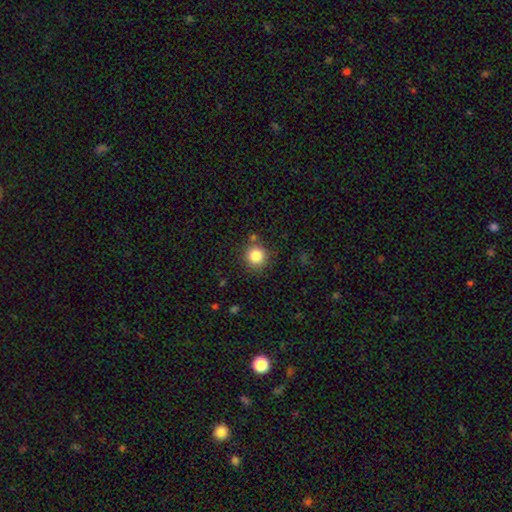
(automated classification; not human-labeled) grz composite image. It shows a smooth galaxy with no disk features (84%) that is round (93%). Merging: none (84%).